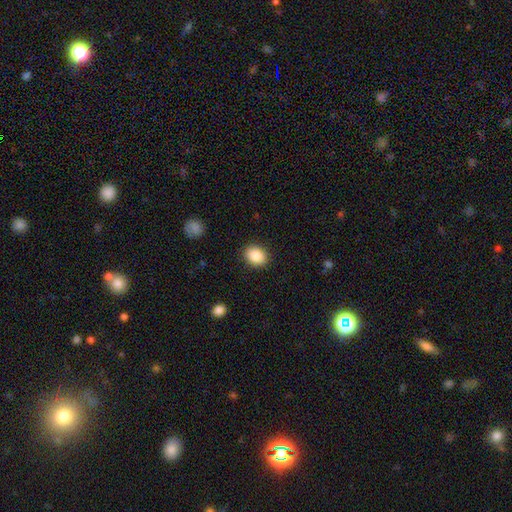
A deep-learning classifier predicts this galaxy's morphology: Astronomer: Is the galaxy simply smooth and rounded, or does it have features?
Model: smooth — 88%.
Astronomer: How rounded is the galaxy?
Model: in between — 54% (runner-up: round, 46%).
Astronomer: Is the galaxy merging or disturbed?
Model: none — 89%.